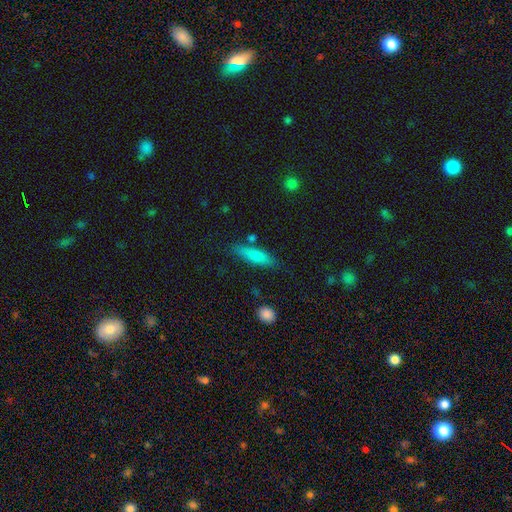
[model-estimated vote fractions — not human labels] Smooth or featured? smooth (76%)
How rounded? cigar-shaped (66%)
Merging? none (76%)